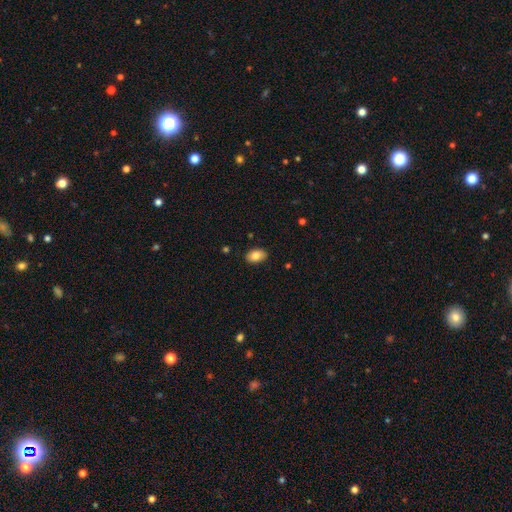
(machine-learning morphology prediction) A smooth galaxy with no disk features (83%) that is in between round and cigar-shaped (87%). Merging: none (88%).